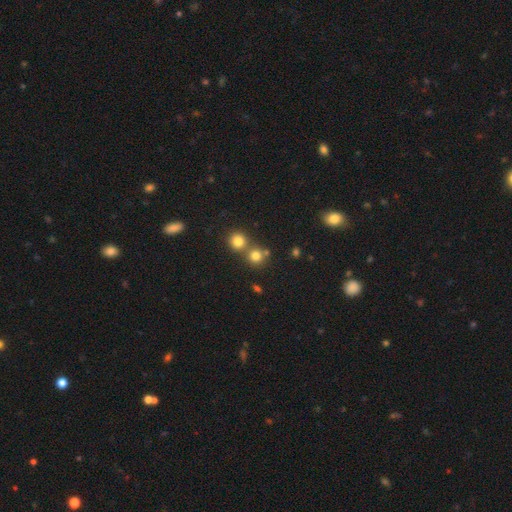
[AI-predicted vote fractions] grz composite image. It shows a smooth galaxy with no disk features (76%) that is round (89%). Merging: none (59%).